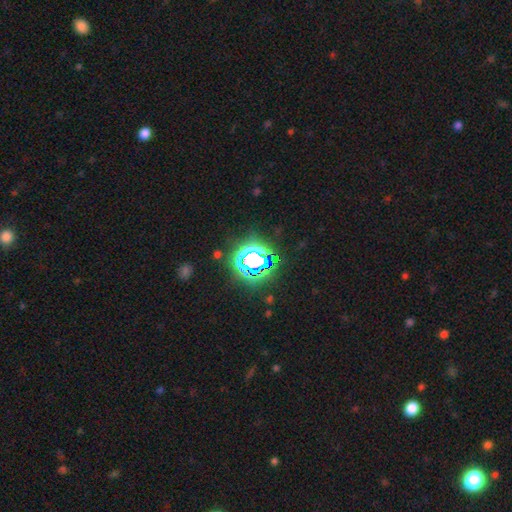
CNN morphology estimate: star or artifact 72%, smooth 17%, featured or disk 11%.